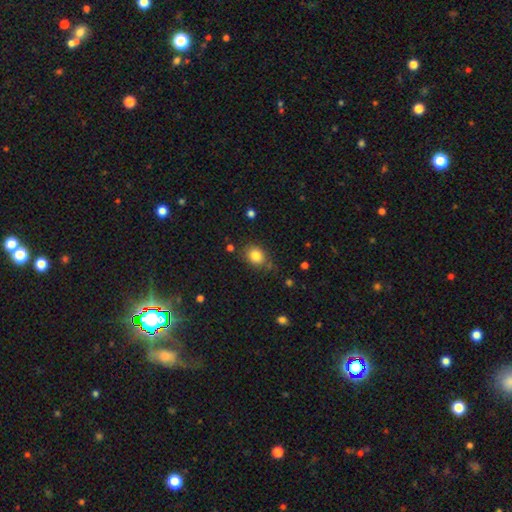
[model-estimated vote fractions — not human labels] Smooth or featured? Predicted: smooth (p=0.83). How rounded? Predicted: round (p=0.53). Merging? Predicted: none (p=0.76).